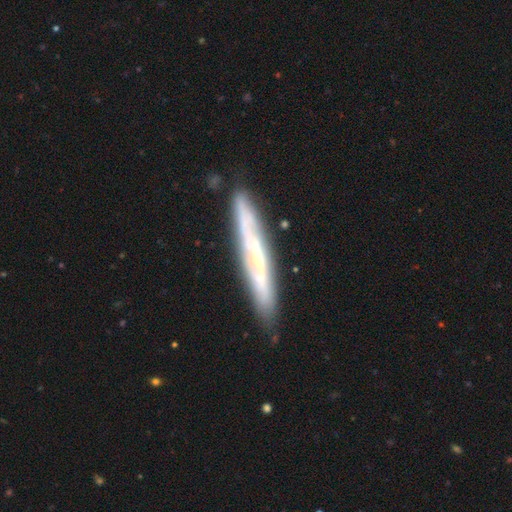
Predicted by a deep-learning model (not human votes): Smooth or featured?
  - featured or disk: 71% *
  - smooth: 23%
  - star or artifact: 6%
Edge-on disk?
  - yes: 74% *
  - no: 26%
Edge-on bulge?
  - none: 53% *
  - rounded: 42%
  - boxy: 5%
Merging?
  - none: 84% *
  - minor disturbance: 11%
  - major disturbance: 2%
  - merger: 2%